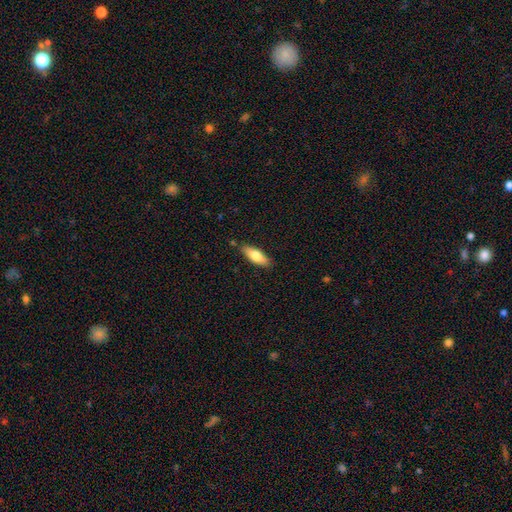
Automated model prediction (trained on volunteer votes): smooth-or-featured: smooth: 72% | featured or disk: 22% | star or artifact: 6%
  how-rounded: in between: 64% | cigar-shaped: 34% | round: 2%
  merging: none: 84% | minor disturbance: 12% | major disturbance: 2% | merger: 2%